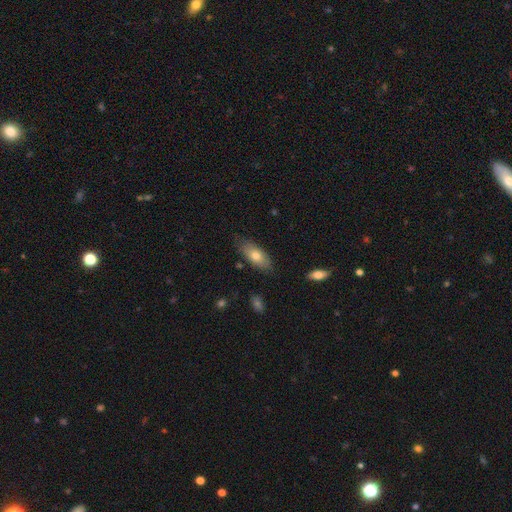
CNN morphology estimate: smooth_or_featured: smooth (p=0.73) [alt: featured or disk p=0.21]
how_rounded: in between (p=0.82) [alt: cigar-shaped p=0.15]
merging: none (p=0.76) [alt: minor disturbance p=0.18]